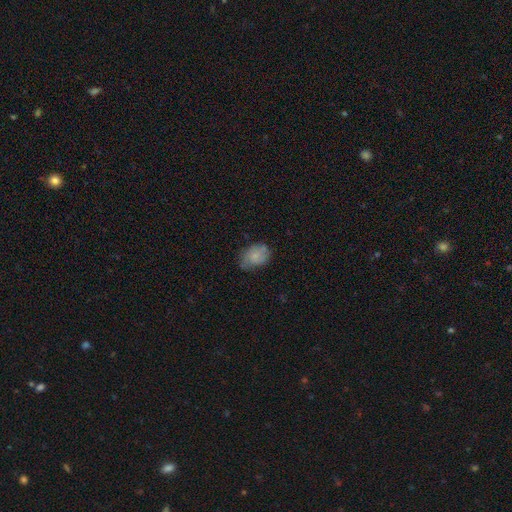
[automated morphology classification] A smooth galaxy with no disk features (72%) that is in between round and cigar-shaped (76%).

Vote fractions:
- Smooth or featured? smooth: 72% / featured or disk: 19% / star or artifact: 8%
- How rounded? in between: 76% / round: 23% / cigar-shaped: 1%
- Merging? none: 55% / minor disturbance: 33% / major disturbance: 10% / merger: 2%